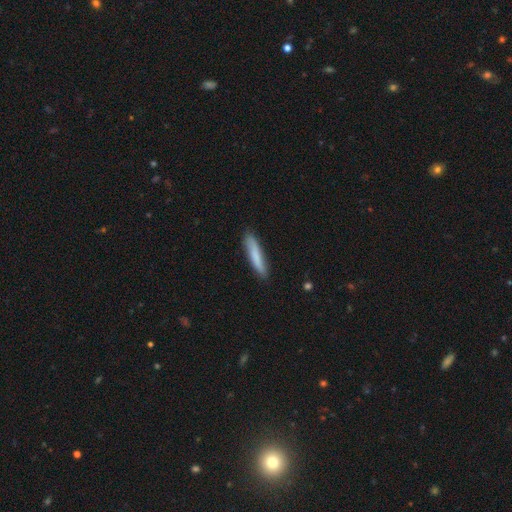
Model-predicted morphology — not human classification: The model was most divided on "smooth or featured": smooth: 76%, featured or disk: 18%, star or artifact: 6%. More confident: how rounded — cigar-shaped (90%); merging — none (84%).